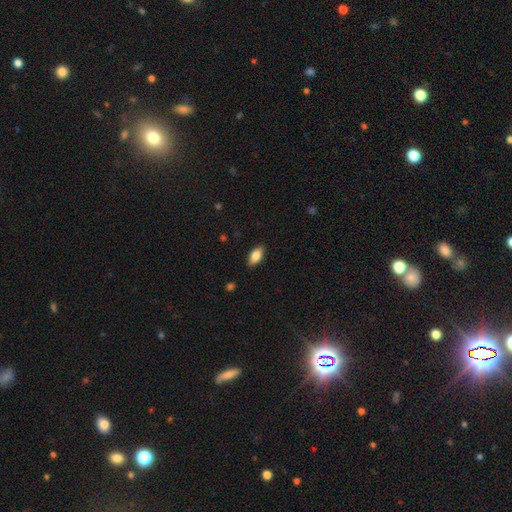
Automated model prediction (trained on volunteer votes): Morphology: type=smooth (81%); roundness=in between (89%); merging=none (87%).